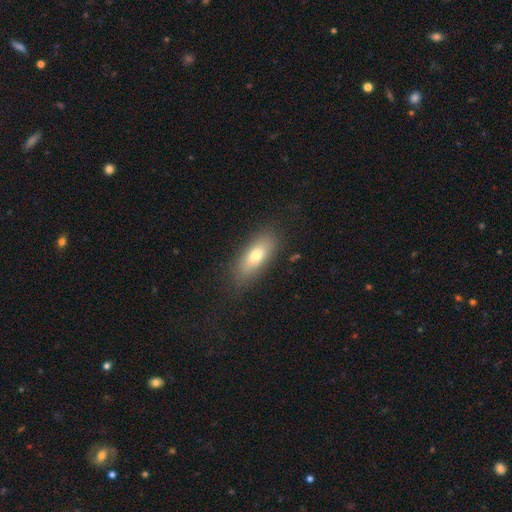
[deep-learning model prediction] The model was most divided on "how rounded": in between: 69%, cigar-shaped: 28%, round: 4%. More confident: merging — none (82%); smooth or featured — smooth (70%).